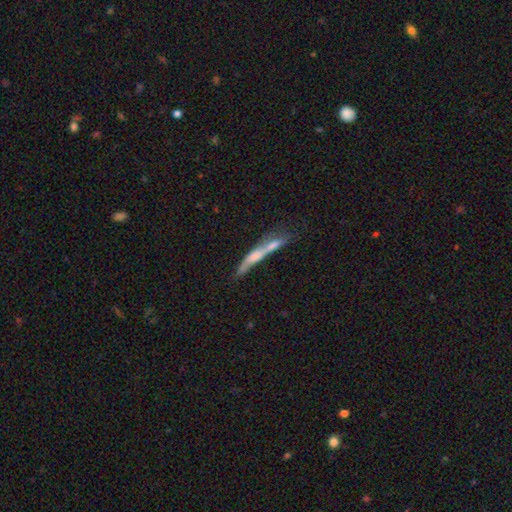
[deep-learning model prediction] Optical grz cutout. It shows a featured or disk galaxy (48%). Merging: none (39%).